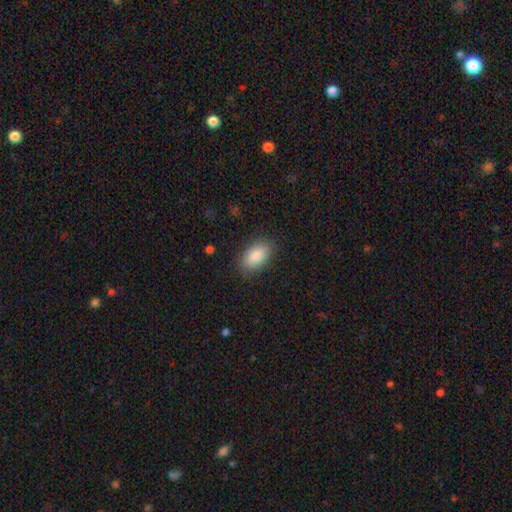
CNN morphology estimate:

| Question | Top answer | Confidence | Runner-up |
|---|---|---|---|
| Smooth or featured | smooth | 87% | star or artifact (7%) |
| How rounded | in between | 93% | round (5%) |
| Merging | none | 86% | minor disturbance (10%) |